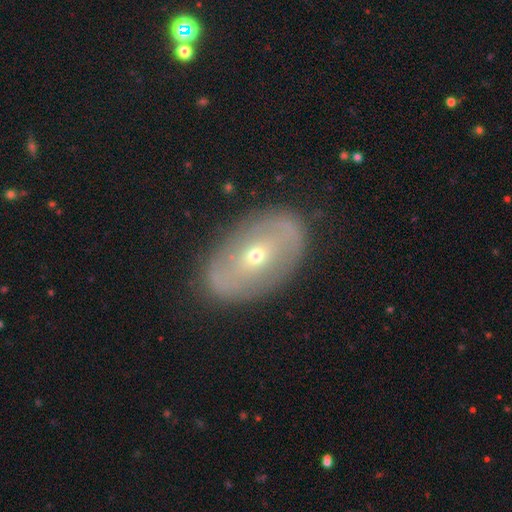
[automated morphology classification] smooth_or_featured: featured or disk (p=0.64) [alt: smooth p=0.28]
disk_edge_on: no (p=0.91) [alt: yes p=0.09]
bar: no (p=0.50) [alt: weak p=0.30]
has_spiral_arms: no (p=0.61) [alt: yes p=0.39]
bulge_size: small (p=0.59) [alt: moderate p=0.38]
merging: none (p=0.83) [alt: minor disturbance p=0.12]